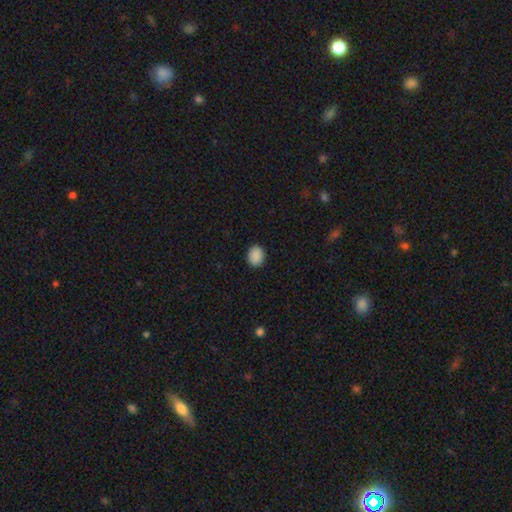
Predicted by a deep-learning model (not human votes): smooth 89%, star or artifact 8%, featured or disk 2%. Down the decision tree: how rounded — round (52%); merging — none (90%).